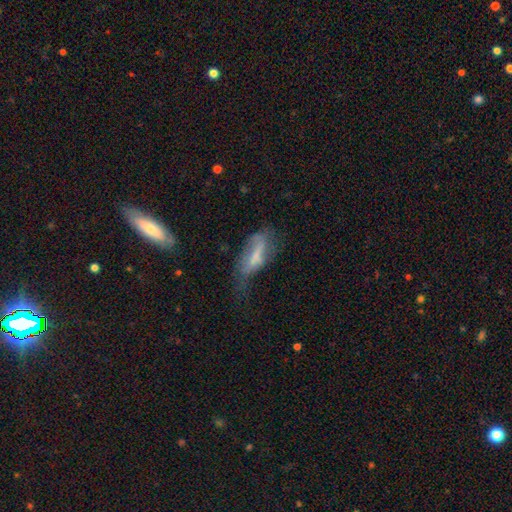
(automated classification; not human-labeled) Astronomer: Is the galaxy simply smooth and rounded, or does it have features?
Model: smooth — 54% (runner-up: featured or disk, 37%).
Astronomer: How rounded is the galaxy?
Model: in between — 57% (runner-up: cigar-shaped, 40%).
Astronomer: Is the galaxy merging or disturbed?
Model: major disturbance — 34% (runner-up: minor disturbance, 31%).